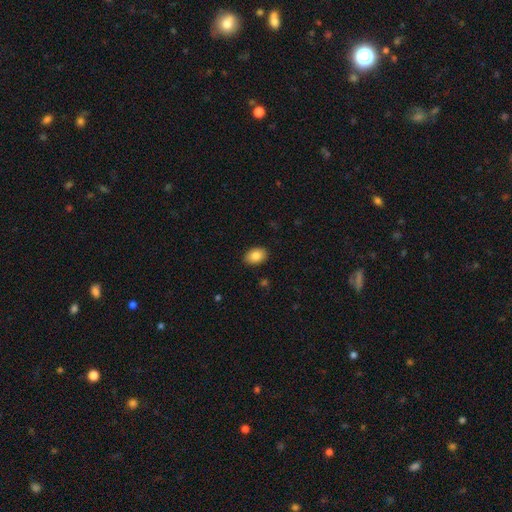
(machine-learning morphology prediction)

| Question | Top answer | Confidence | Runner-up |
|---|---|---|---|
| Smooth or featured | smooth | 85% | star or artifact (7%) |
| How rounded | in between | 84% | round (15%) |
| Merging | none | 90% | minor disturbance (8%) |